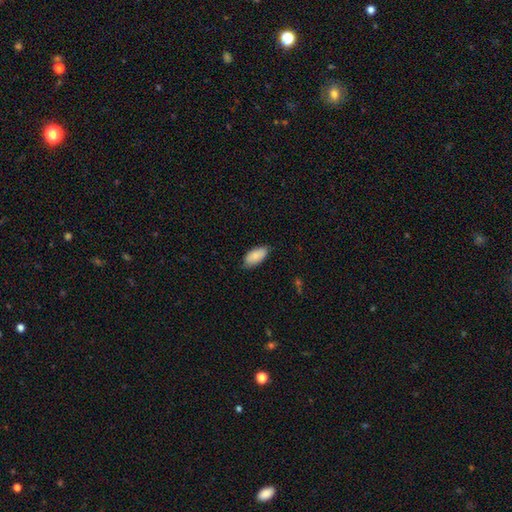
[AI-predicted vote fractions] A smooth galaxy with no disk features (85%) that is in between round and cigar-shaped (92%). Merging: none (80%).